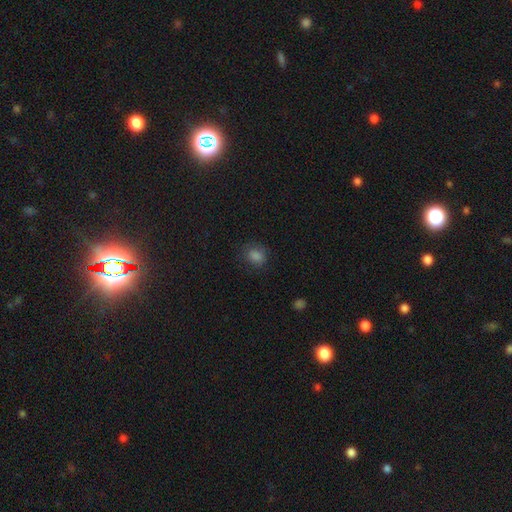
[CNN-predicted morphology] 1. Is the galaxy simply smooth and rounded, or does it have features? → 78% smooth, 17% star or artifact, 5% featured or disk.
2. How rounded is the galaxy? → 57% round, 42% in between, 1% cigar-shaped.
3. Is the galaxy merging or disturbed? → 79% none, 14% minor disturbance, 5% major disturbance, 1% merger.